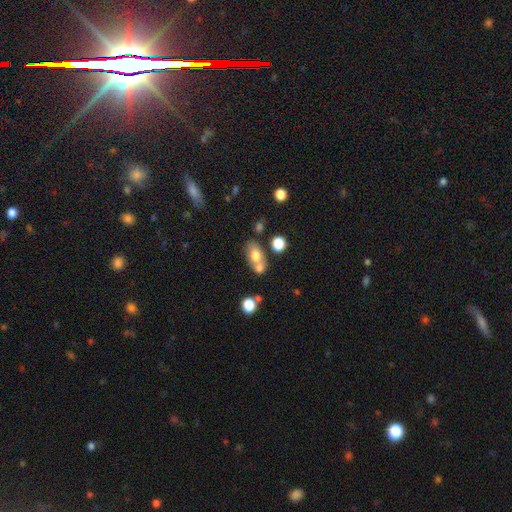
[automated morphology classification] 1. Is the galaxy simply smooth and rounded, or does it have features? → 71% smooth, 19% featured or disk, 10% star or artifact.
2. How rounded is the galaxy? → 76% in between, 20% round, 3% cigar-shaped.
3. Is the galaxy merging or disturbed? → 44% none, 40% merger, 12% minor disturbance, 5% major disturbance.